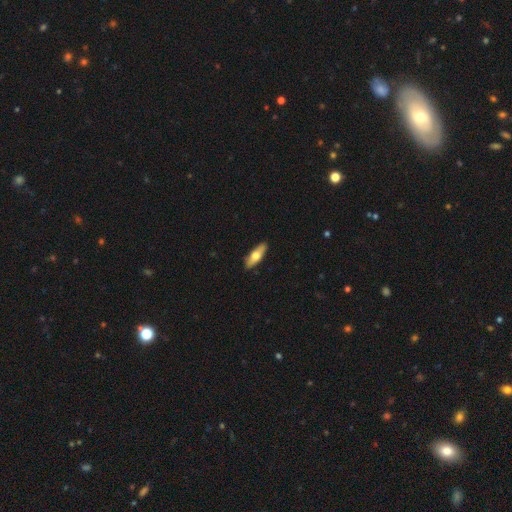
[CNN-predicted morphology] smooth 58%, featured or disk 36%, star or artifact 5%. Down the decision tree: how rounded — in between (56%); merging — none (89%).